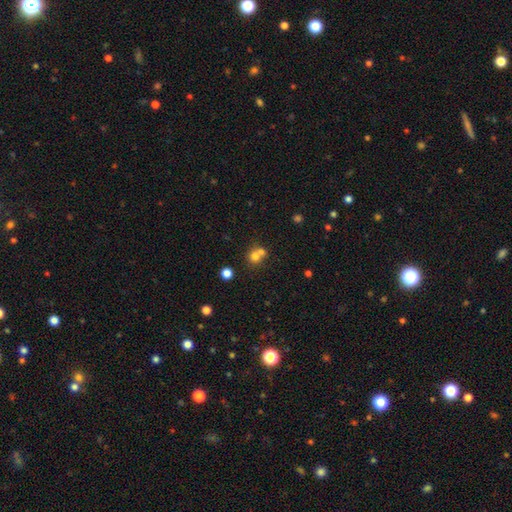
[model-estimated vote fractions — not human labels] Overall: smooth (73%). How rounded: round (82%). Merging: merger (50%; none 41%).